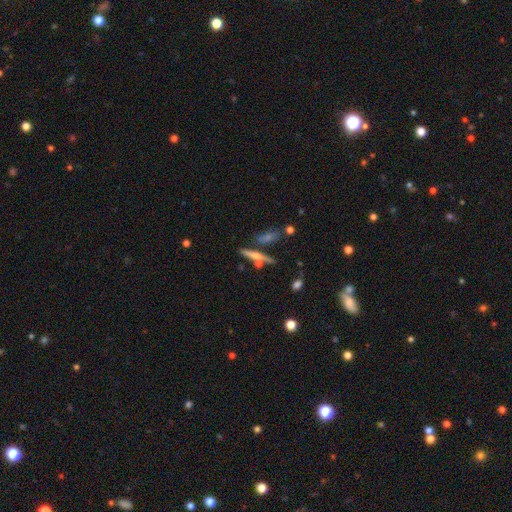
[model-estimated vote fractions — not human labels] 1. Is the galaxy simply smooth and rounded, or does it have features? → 48% featured or disk, 43% smooth, 9% star or artifact.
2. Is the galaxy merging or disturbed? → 68% none, 17% merger, 12% minor disturbance, 4% major disturbance.